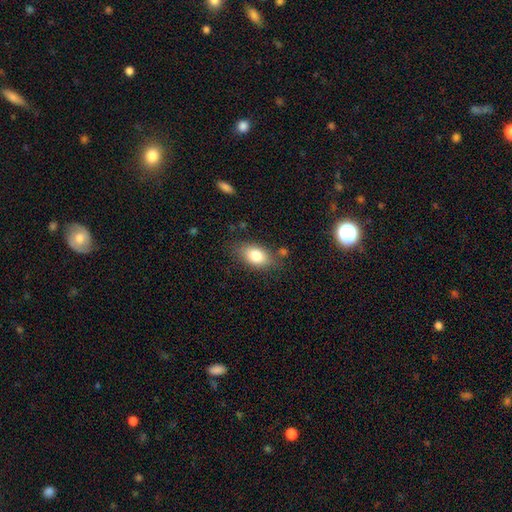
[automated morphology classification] Smooth or featured? smooth (81%)
How rounded? in between (88%)
Merging? none (75%)